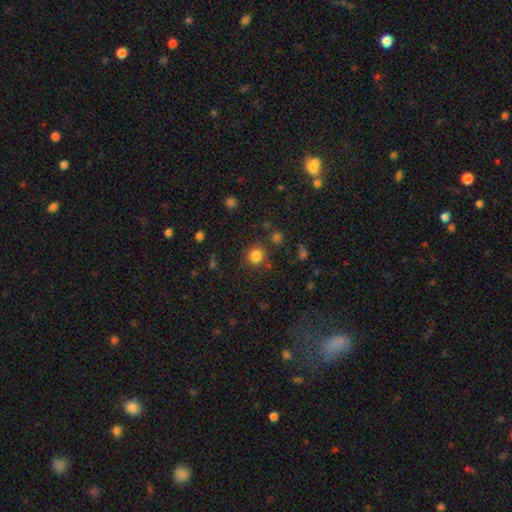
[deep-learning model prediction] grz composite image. It shows a smooth galaxy with no disk features (83%) that is round (90%). Merging: none (83%).